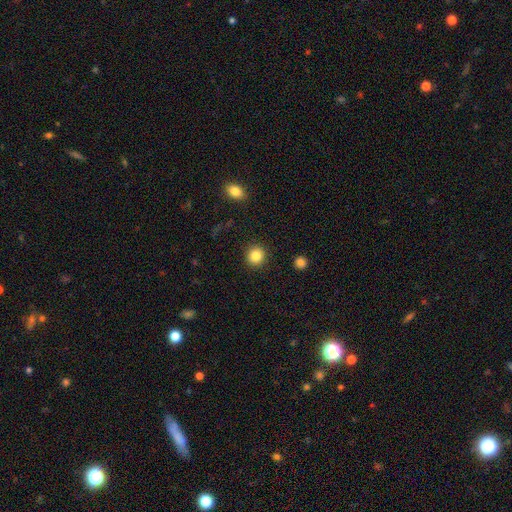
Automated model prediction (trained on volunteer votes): A smooth galaxy with no disk features (85%) that is round (91%).

Vote fractions:
- Smooth or featured? smooth: 85% / star or artifact: 10% / featured or disk: 5%
- How rounded? round: 91% / in between: 8% / cigar-shaped: 1%
- Merging? none: 92% / minor disturbance: 5% / major disturbance: 2% / merger: 1%